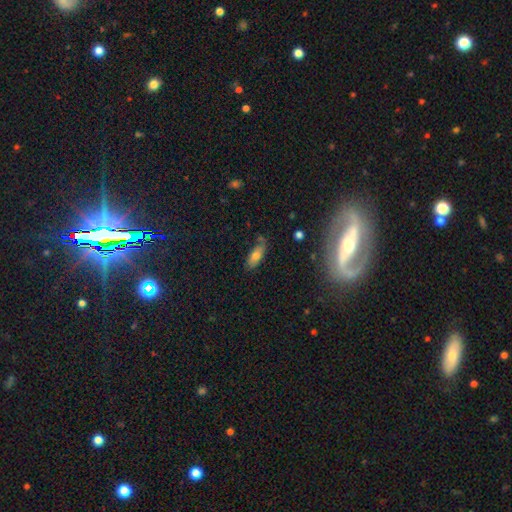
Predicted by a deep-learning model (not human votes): Morphology: type=smooth (71%); roundness=in between (74%); merging=none (66%).